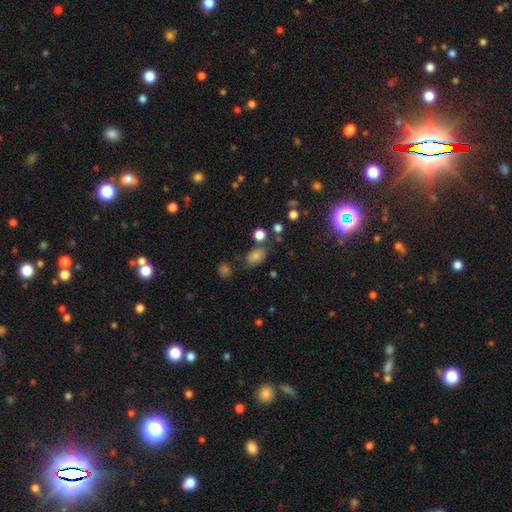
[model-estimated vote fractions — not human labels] smooth-or-featured: smooth: 70% | star or artifact: 22% | featured or disk: 8%
  how-rounded: in between: 78% | round: 20% | cigar-shaped: 2%
  merging: none: 71% | minor disturbance: 16% | merger: 7% | major disturbance: 6%